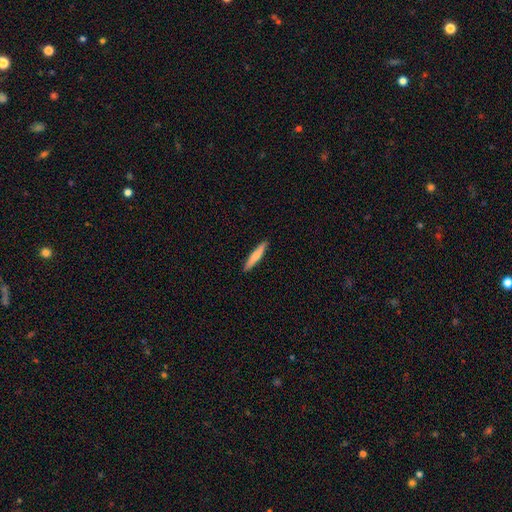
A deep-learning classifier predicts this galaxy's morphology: This appears to be a smooth galaxy with no disk features (69%) that is cigar-shaped (92%). Merging: none (91%).